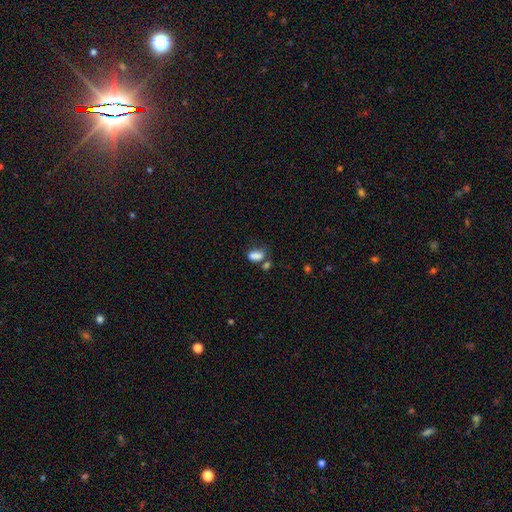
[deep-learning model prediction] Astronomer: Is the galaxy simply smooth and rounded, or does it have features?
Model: smooth — 81%.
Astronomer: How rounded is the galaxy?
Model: in between — 85%.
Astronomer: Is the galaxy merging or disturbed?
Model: none — 42% (runner-up: merger, 27%).